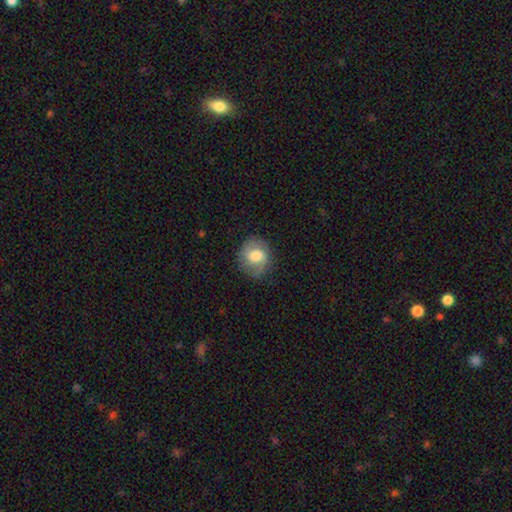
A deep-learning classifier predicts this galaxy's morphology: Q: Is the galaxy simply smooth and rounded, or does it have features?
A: smooth — 56%.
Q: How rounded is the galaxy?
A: round — 73%.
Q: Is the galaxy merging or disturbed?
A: none — 77%.